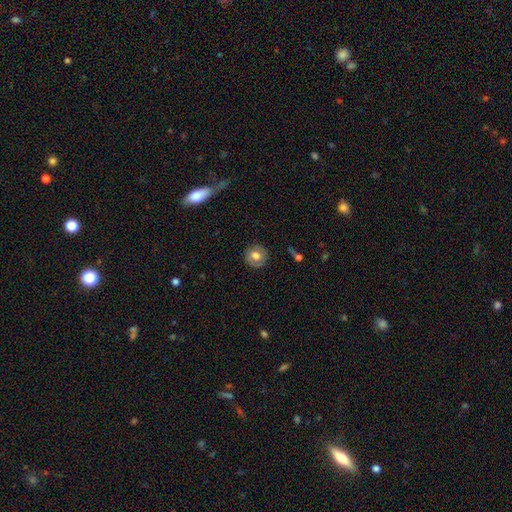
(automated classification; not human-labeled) smooth 69%, featured or disk 22%, star or artifact 8%. Down the decision tree: how rounded — round (90%); merging — none (87%).